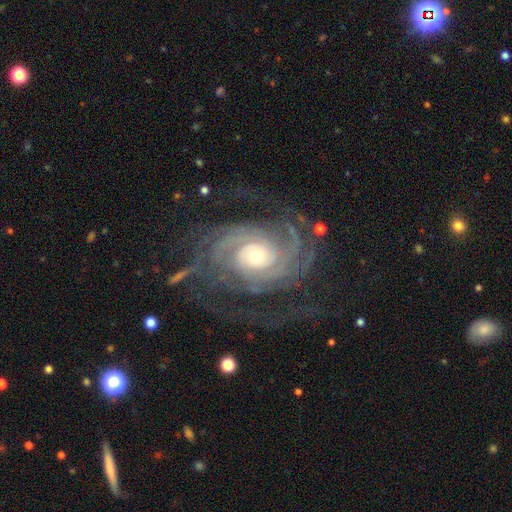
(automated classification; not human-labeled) Smooth or featured? Predicted: featured or disk (p=0.91). Edge-on disk? Predicted: no (p=0.97). Bar? Predicted: no (p=0.75). Spiral arms? Predicted: yes (p=0.98). Spiral winding? Predicted: tight (p=0.65). Spiral arm count? Predicted: 2 (p=0.23). Bulge size? Predicted: moderate (p=0.51). Merging? Predicted: none (p=0.64).